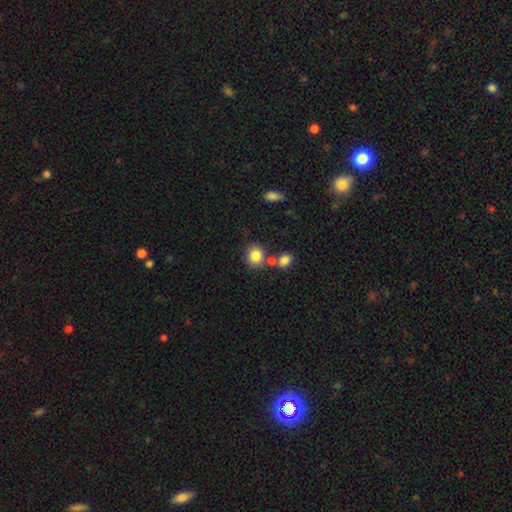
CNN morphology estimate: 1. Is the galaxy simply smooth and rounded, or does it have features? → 83% smooth, 10% star or artifact, 7% featured or disk.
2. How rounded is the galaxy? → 72% round, 27% in between, 1% cigar-shaped.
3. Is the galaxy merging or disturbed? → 64% none, 21% merger, 11% minor disturbance, 4% major disturbance.